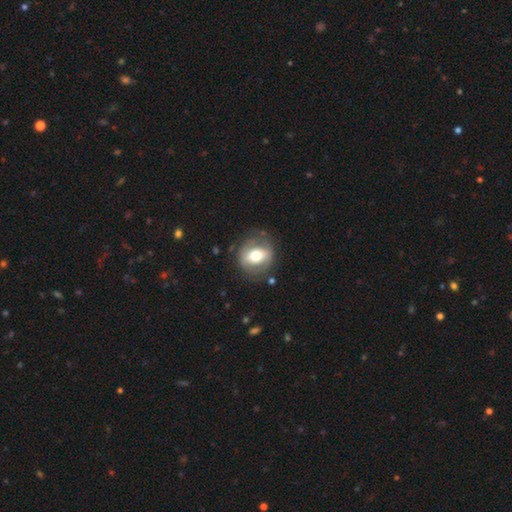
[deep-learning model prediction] Smooth or featured: smooth — 51% (featured or disk — 42%)
How rounded: round — 71% (in between — 28%)
Merging: none — 75% (minor disturbance — 15%)